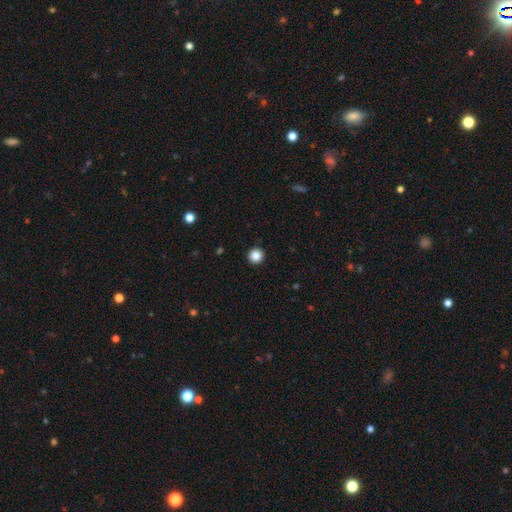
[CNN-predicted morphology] Overall: smooth (85%). How rounded: round (96%). Merging: none (94%).